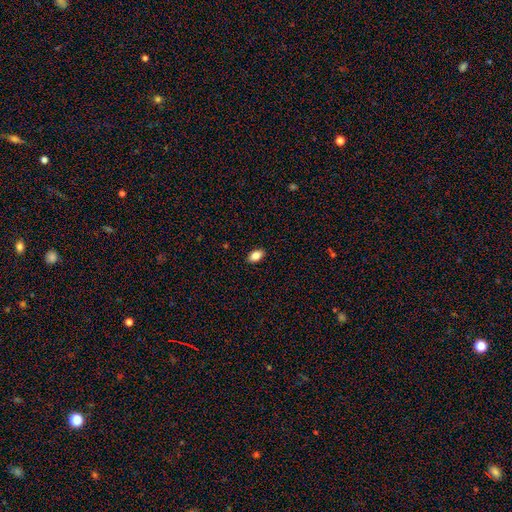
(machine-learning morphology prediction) Smooth or featured: smooth — 86% (star or artifact — 8%)
How rounded: in between — 91% (round — 6%)
Merging: none — 90% (minor disturbance — 8%)